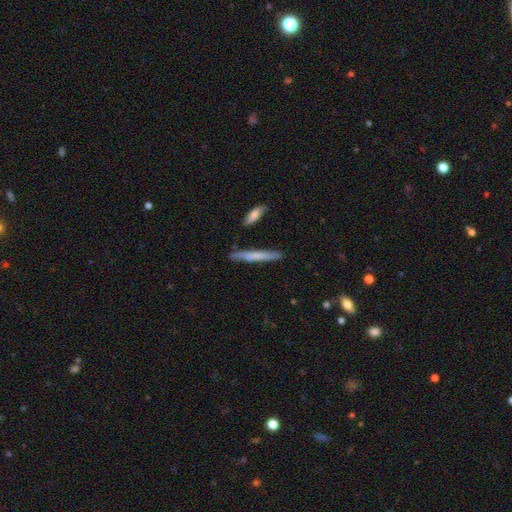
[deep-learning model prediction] A smooth galaxy with no disk features (58%) that is cigar-shaped (95%). Merging: none (84%).